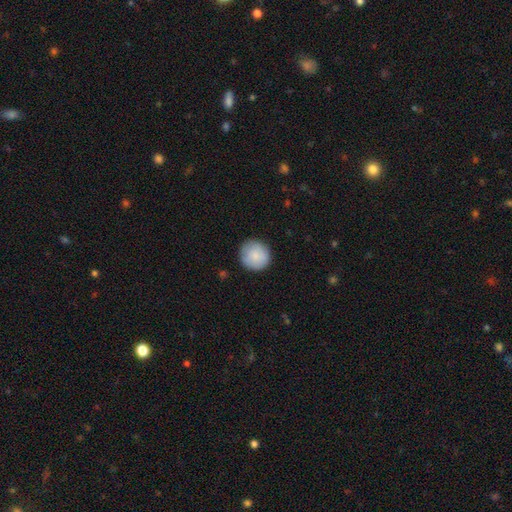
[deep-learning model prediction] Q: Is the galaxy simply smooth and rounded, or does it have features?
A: smooth — 86%.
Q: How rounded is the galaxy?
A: round — 94%.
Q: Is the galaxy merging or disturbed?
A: none — 87%.